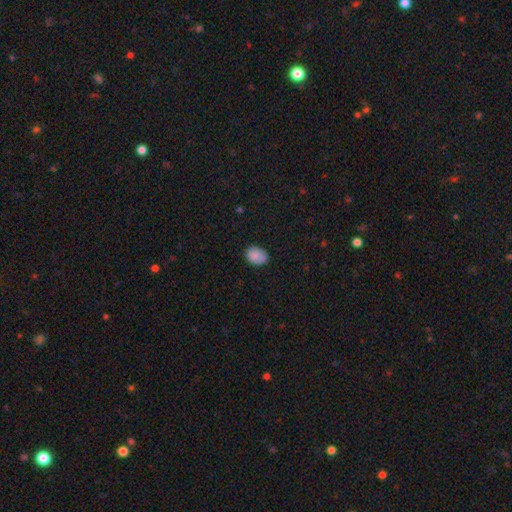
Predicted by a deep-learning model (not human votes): Smooth or featured?
  - smooth: 87% *
  - star or artifact: 8%
  - featured or disk: 5%
How rounded?
  - in between: 72% *
  - round: 27%
  - cigar-shaped: 1%
Merging?
  - none: 80% *
  - minor disturbance: 16%
  - major disturbance: 3%
  - merger: 1%